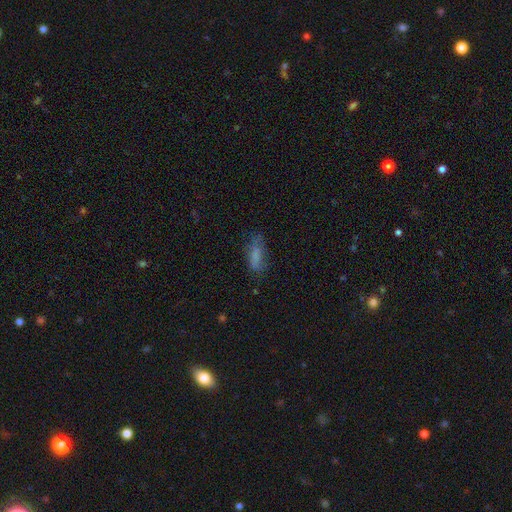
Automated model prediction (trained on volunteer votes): Morphology: type=smooth (70%); roundness=in between (67%); merging=none (60%).